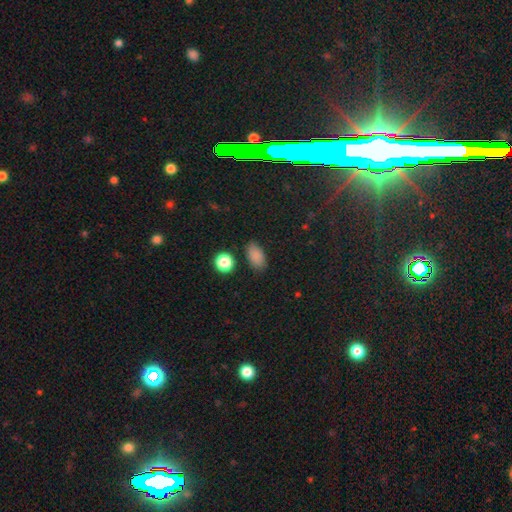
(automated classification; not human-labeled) Smooth or featured?
  - smooth: 85% *
  - star or artifact: 11%
  - featured or disk: 4%
How rounded?
  - in between: 88% *
  - round: 9%
  - cigar-shaped: 3%
Merging?
  - none: 82% *
  - minor disturbance: 12%
  - major disturbance: 3%
  - merger: 3%